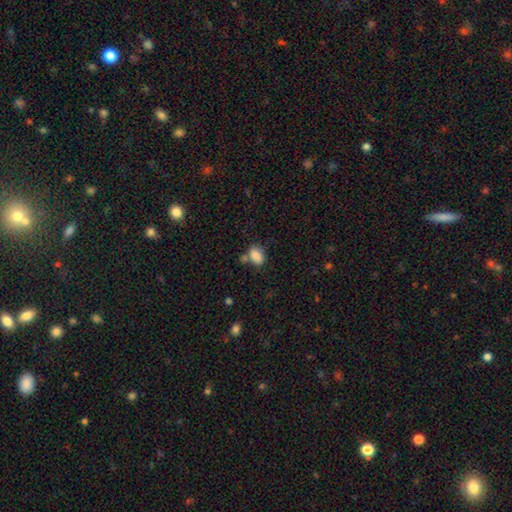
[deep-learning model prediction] smooth 85%, star or artifact 9%, featured or disk 6%. Down the decision tree: how rounded — in between (79%); merging — none (57%).